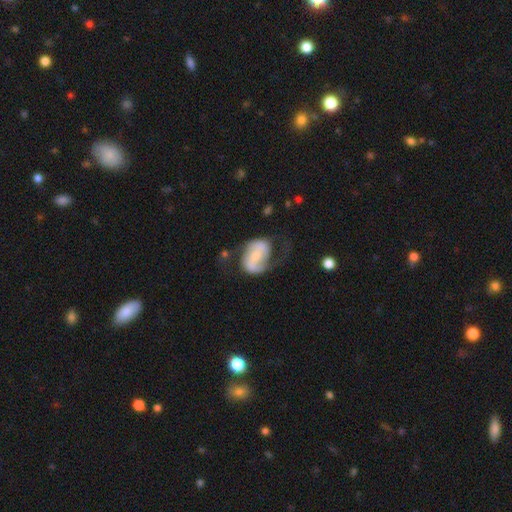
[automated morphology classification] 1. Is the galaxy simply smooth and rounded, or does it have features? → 70% featured or disk, 24% smooth, 6% star or artifact.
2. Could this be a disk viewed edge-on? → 97% no, 3% yes.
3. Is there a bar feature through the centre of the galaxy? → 39% weak, 31% strong, 30% no.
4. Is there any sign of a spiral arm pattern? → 87% yes, 13% no.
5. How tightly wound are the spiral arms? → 43% loose, 40% medium, 17% tight.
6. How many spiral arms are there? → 77% 2, 11% 1, 8% can't tell, 1% 3, 1% 4, 1% more than 4.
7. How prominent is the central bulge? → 50% small, 33% moderate, 12% none, 4% large, 2% dominant.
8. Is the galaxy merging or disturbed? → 41% none, 30% major disturbance, 25% minor disturbance, 4% merger.